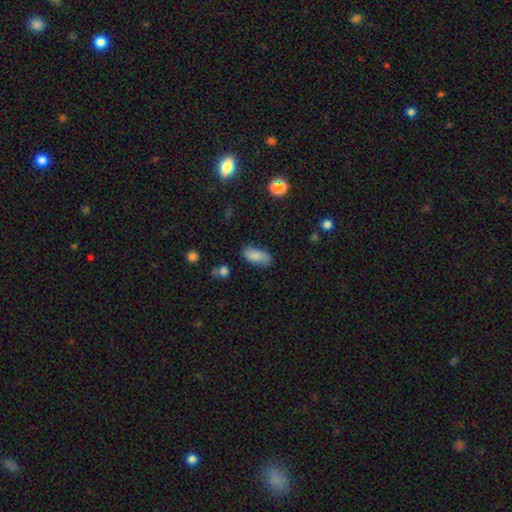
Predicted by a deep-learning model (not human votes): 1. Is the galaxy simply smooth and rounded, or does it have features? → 83% smooth, 9% featured or disk, 8% star or artifact.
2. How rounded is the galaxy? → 87% in between, 11% cigar-shaped, 3% round.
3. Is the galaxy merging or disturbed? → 74% none, 19% minor disturbance, 4% major disturbance, 2% merger.